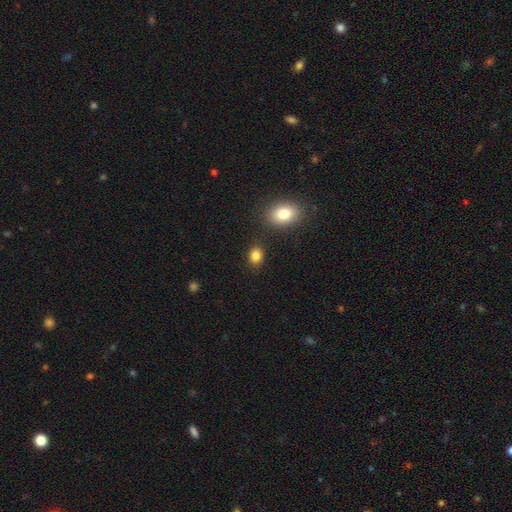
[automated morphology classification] smooth_or_featured: smooth (p=0.84) [alt: star or artifact p=0.11]
how_rounded: in between (p=0.58) [alt: round p=0.41]
merging: none (p=0.83) [alt: minor disturbance p=0.09]